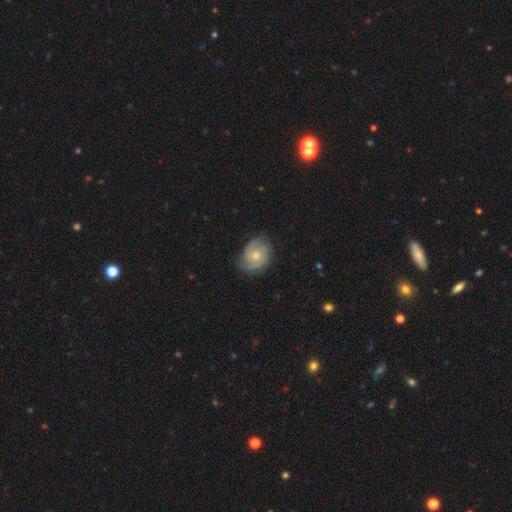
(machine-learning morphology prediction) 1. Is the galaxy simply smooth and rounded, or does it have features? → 79% featured or disk, 15% smooth, 5% star or artifact.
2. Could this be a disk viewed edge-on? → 98% no, 2% yes.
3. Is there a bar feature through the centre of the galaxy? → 73% no, 23% weak, 3% strong.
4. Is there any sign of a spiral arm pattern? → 96% yes, 4% no.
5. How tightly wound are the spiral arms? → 51% tight, 39% medium, 10% loose.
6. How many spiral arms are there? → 48% 2, 28% 3, 13% can't tell, 4% 4, 4% 1, 3% more than 4.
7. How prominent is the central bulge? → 49% small, 47% moderate, 2% none, 2% large, 1% dominant.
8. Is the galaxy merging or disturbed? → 74% none, 19% minor disturbance, 5% major disturbance, 1% merger.